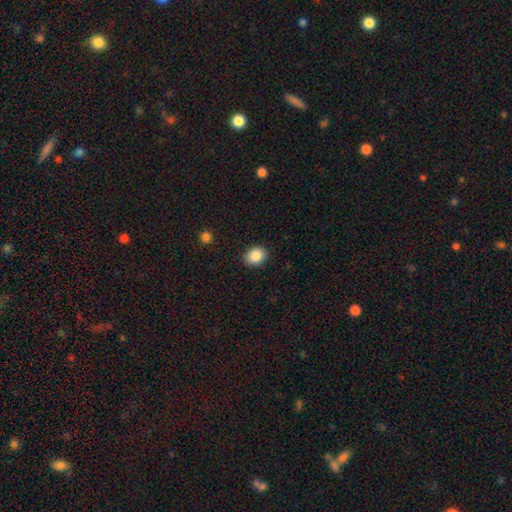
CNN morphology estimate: Overall: smooth (87%). How rounded: in between (52%; round 47%). Merging: none (89%).